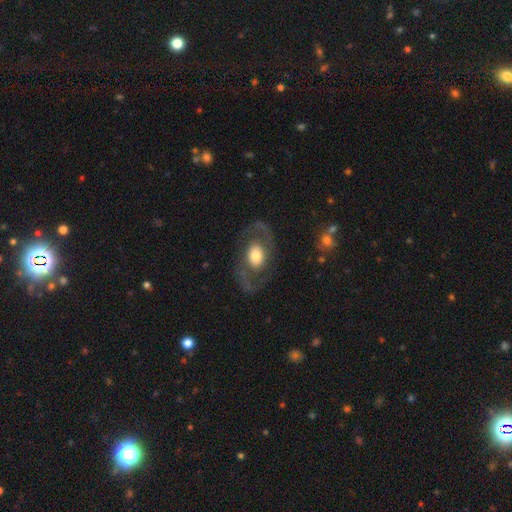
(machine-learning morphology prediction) type=featured or disk (68%); edge-on=no (95%); bar=no (75%); spiral arms=yes (69%); bulge=moderate (49%); merging=none (76%).